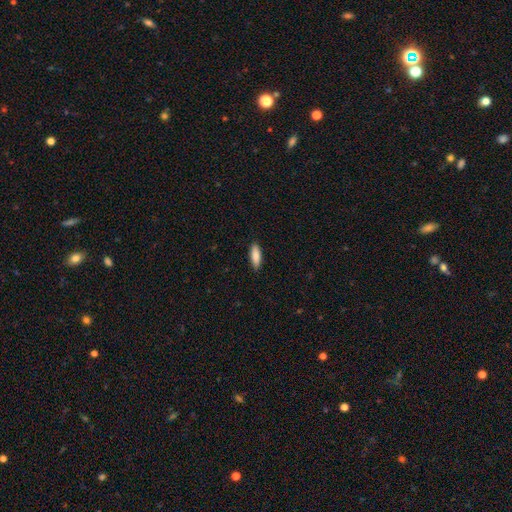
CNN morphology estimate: smooth-or-featured: smooth: 87% | featured or disk: 7% | star or artifact: 6%
  how-rounded: in between: 57% | cigar-shaped: 41% | round: 2%
  merging: none: 89% | minor disturbance: 8% | major disturbance: 2% | merger: 1%